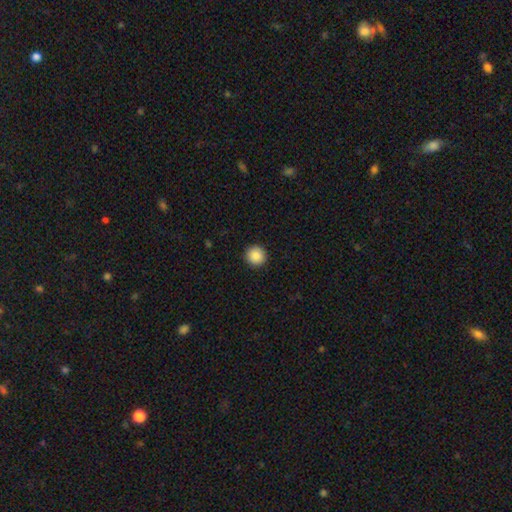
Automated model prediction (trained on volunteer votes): Morphology: type=smooth (87%); roundness=round (95%); merging=none (93%).